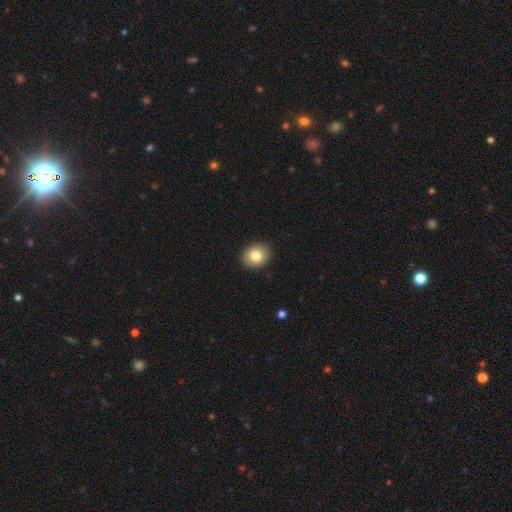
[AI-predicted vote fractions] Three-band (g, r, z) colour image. It shows a smooth galaxy with no disk features (83%) that is round (59%). Merging: none (91%).